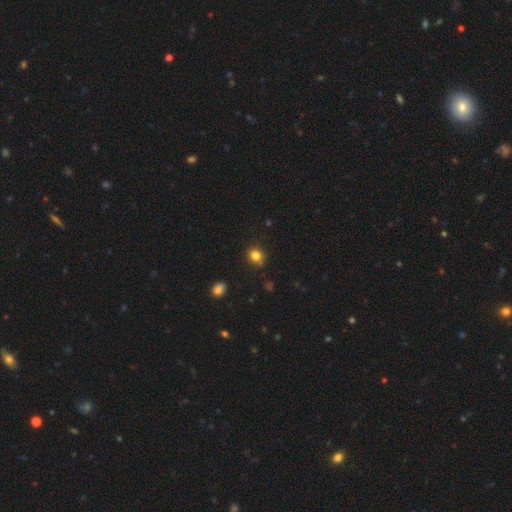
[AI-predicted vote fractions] A smooth galaxy with no disk features (82%) that is round (77%).

Vote fractions:
- Smooth or featured? smooth: 82% / star or artifact: 13% / featured or disk: 5%
- How rounded? round: 77% / in between: 22% / cigar-shaped: 1%
- Merging? none: 81% / minor disturbance: 14% / major disturbance: 3% / merger: 2%